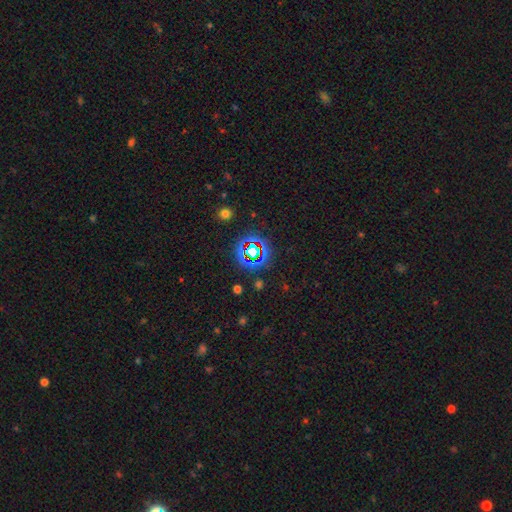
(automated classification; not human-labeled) Morphology: type=star or artifact (71%).